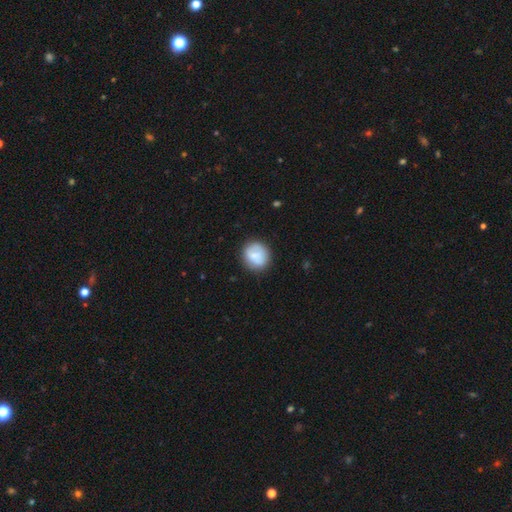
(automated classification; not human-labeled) Smooth or featured? smooth (78%)
How rounded? round (83%)
Merging? none (82%)